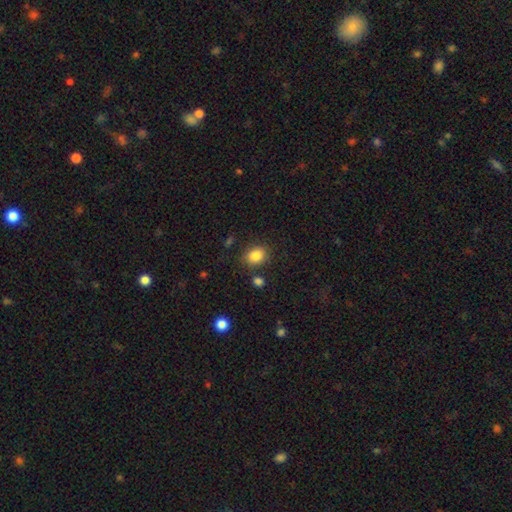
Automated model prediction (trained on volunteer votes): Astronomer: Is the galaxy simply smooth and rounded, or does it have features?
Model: smooth — 86%.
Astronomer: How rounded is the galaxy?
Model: in between — 50% (runner-up: round, 49%).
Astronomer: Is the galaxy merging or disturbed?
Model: none — 80%.